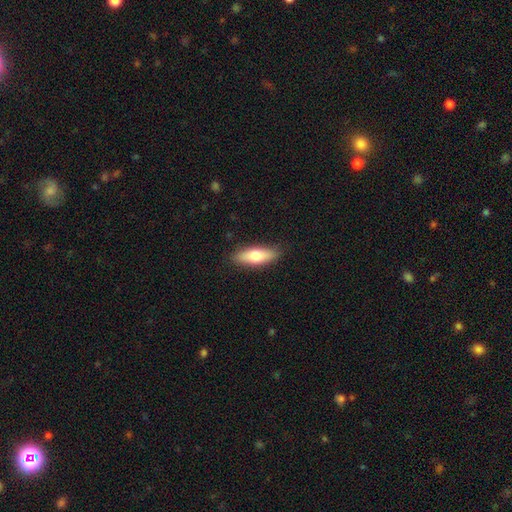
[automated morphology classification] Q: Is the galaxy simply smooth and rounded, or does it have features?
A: smooth — 68%.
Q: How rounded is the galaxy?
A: in between — 60%.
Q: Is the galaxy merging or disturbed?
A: none — 87%.